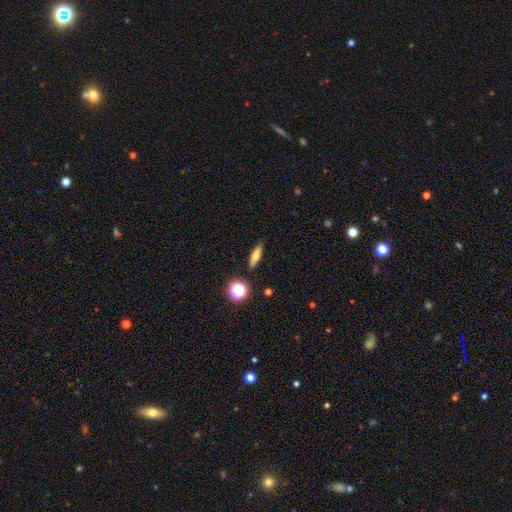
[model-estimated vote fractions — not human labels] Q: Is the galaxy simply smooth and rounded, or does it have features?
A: smooth — 61%.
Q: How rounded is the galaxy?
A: cigar-shaped — 52%.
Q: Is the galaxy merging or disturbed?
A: none — 87%.